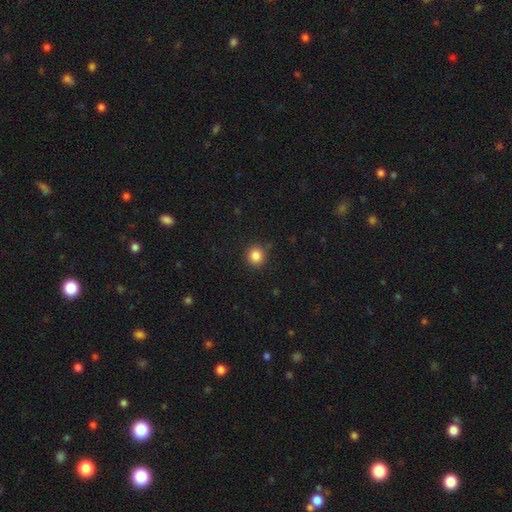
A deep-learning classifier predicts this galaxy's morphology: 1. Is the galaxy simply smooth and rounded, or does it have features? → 85% smooth, 11% star or artifact, 4% featured or disk.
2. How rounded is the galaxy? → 89% round, 10% in between, 1% cigar-shaped.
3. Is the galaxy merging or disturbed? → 88% none, 8% minor disturbance, 2% major disturbance, 1% merger.